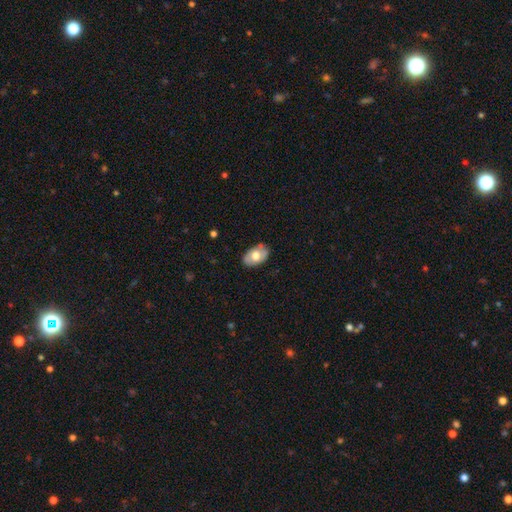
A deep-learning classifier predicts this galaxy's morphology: Overall: smooth (59%; featured or disk 34%). How rounded: in between (90%). Merging: none (79%).